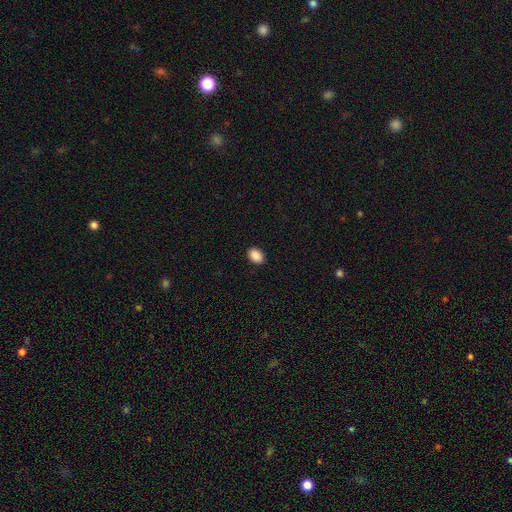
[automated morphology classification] Overall: smooth (90%). How rounded: in between (76%). Merging: none (91%).